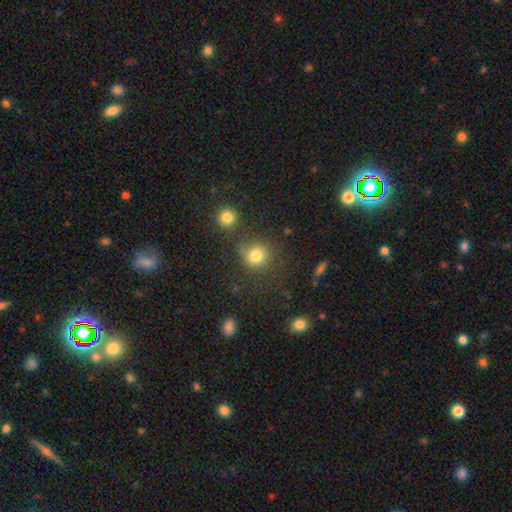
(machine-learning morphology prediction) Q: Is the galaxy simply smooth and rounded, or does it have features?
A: smooth — 79%.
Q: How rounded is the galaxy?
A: round — 87%.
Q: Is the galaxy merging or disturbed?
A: none — 66%.